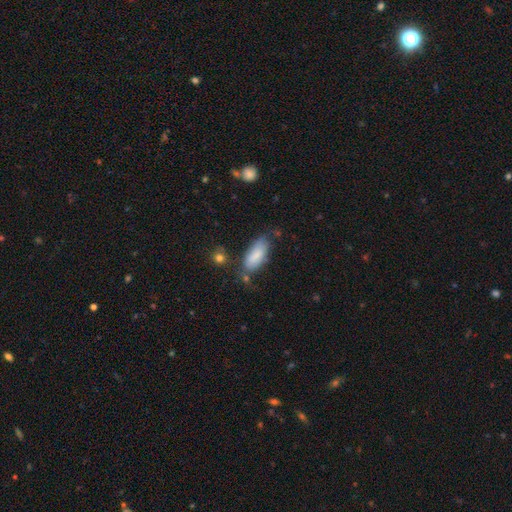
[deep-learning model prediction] smooth-or-featured: smooth: 81% | featured or disk: 12% | star or artifact: 7%
  how-rounded: in between: 82% | cigar-shaped: 16% | round: 2%
  merging: none: 58% | minor disturbance: 28% | major disturbance: 8% | merger: 6%